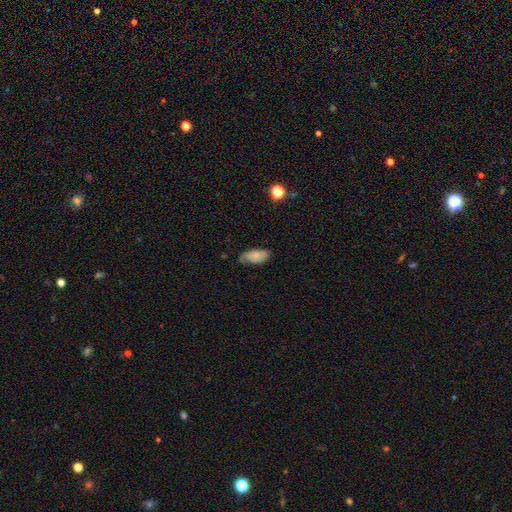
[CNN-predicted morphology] smooth_or_featured: smooth (p=0.57) [alt: featured or disk p=0.35]
how_rounded: in between (p=0.92) [alt: cigar-shaped p=0.04]
merging: none (p=0.50) [alt: minor disturbance p=0.37]